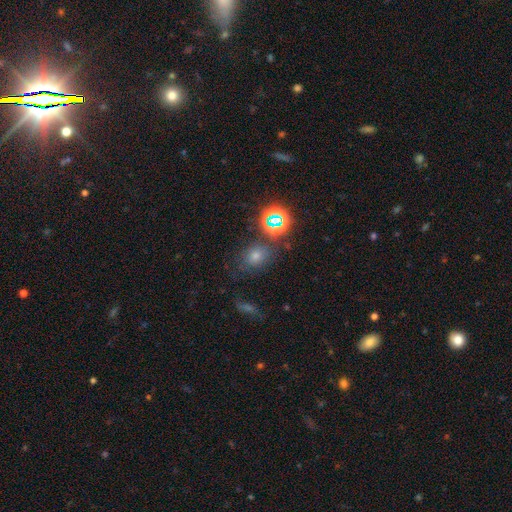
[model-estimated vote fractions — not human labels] Morphology: type=smooth (48%); merging=none (73%).